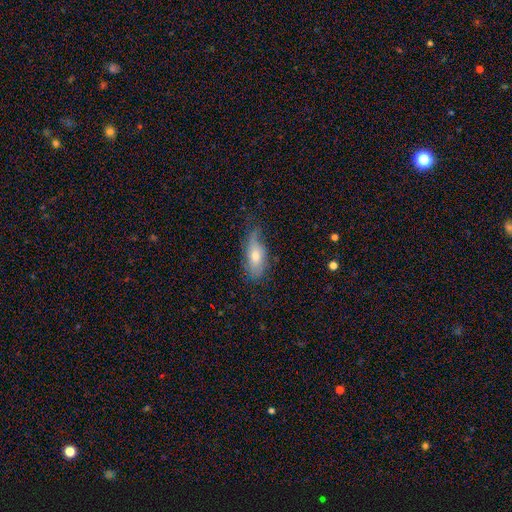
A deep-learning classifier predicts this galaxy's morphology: smooth 53%, featured or disk 39%, star or artifact 8%. Down the decision tree: how rounded — in between (79%); merging — none (51%).